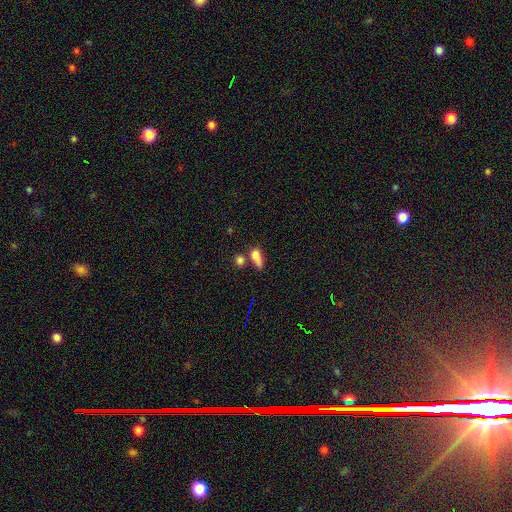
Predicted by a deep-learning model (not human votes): Smooth or featured? smooth (74%)
How rounded? in between (58%)
Merging? none (36%)